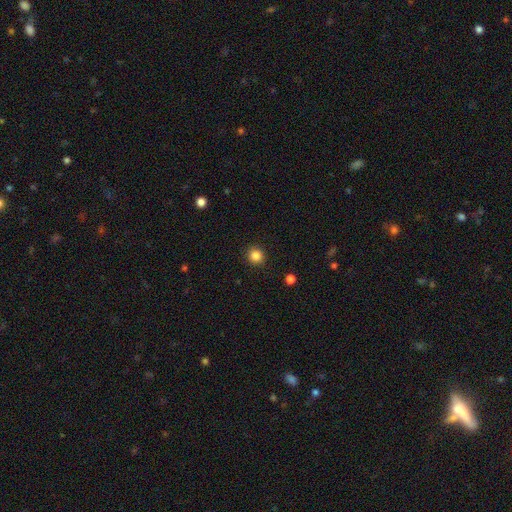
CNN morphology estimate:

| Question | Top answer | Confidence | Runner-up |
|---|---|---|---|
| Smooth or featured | smooth | 85% | star or artifact (11%) |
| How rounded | round | 91% | in between (8%) |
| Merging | none | 91% | minor disturbance (6%) |